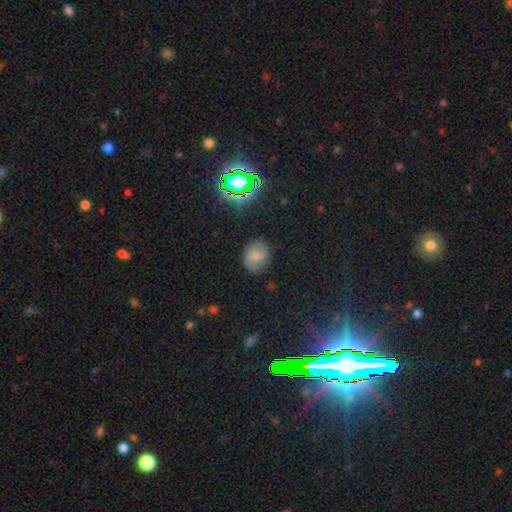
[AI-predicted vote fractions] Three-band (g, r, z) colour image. It shows a smooth galaxy with no disk features (47%). Merging: none (73%).